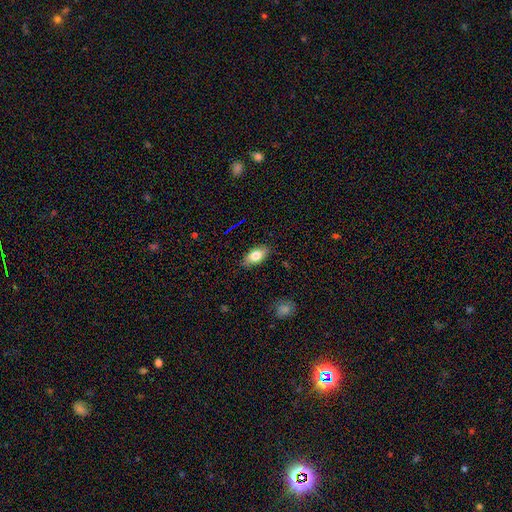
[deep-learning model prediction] smooth_or_featured: smooth (p=0.79) [alt: featured or disk p=0.14]
how_rounded: in between (p=0.90) [alt: cigar-shaped p=0.06]
merging: none (p=0.86) [alt: minor disturbance p=0.10]